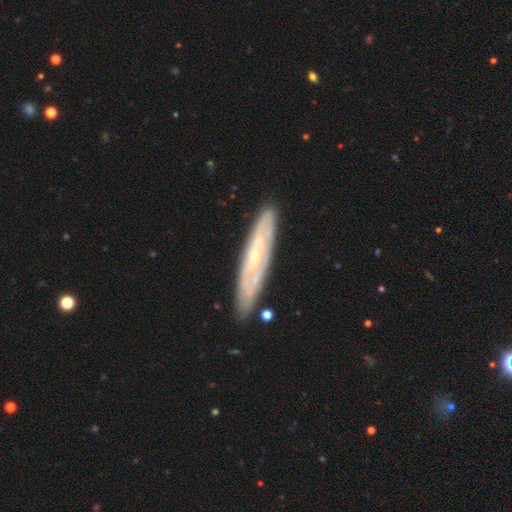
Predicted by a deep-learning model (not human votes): featured or disk 70%, smooth 23%, star or artifact 6%. Down the decision tree: edge-on disk — no (51%); merging — none (85%).